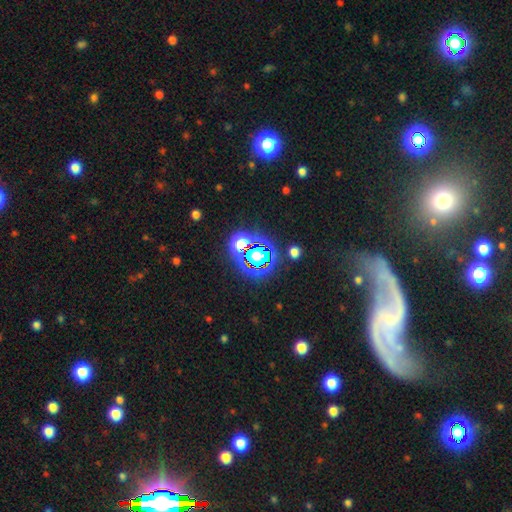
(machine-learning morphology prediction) This is likely a star or artifact rather than a galaxy (65%).